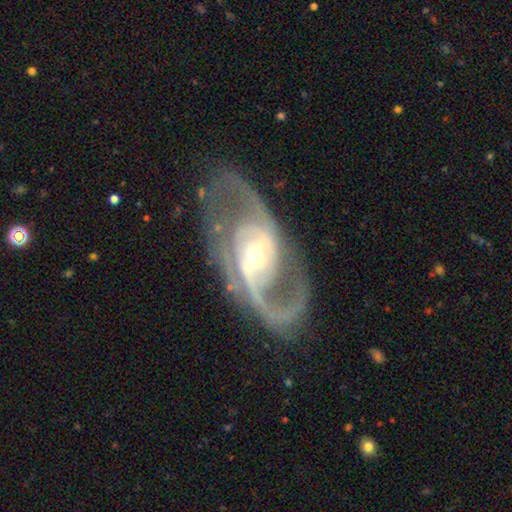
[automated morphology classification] A featured or disk galaxy (91%) with no bar (38%), 2 (87%) medium (55%) spiral arms (96%) and a small central bulge (54%).

Vote fractions:
- Smooth or featured? featured or disk: 91% / star or artifact: 5% / smooth: 4%
- Edge-on disk? no: 96% / yes: 4%
- Bar? no: 38% / weak: 36% / strong: 26%
- Spiral arms? yes: 96% / no: 4%
- Spiral winding? medium: 55% / loose: 25% / tight: 20%
- Spiral arm count? 2: 87% / can't tell: 4% / 3: 3% / 1: 3% / 4: 1% / more than 4: 1%
- Bulge size? small: 54% / moderate: 40% / large: 4% / dominant: 1% / none: 1%
- Merging? none: 73% / minor disturbance: 13% / major disturbance: 11% / merger: 2%